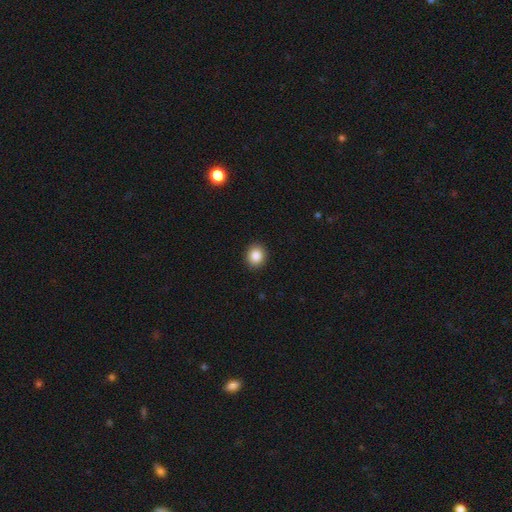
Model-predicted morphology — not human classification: Smooth or featured: smooth — 87% (star or artifact — 9%)
How rounded: round — 72% (in between — 27%)
Merging: none — 91% (minor disturbance — 6%)